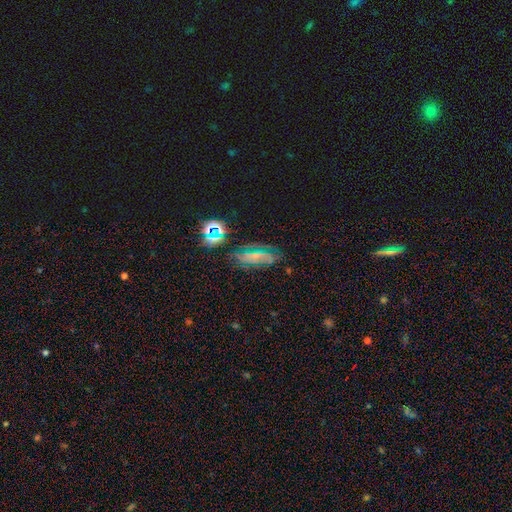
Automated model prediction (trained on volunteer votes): Smooth or featured? Predicted: featured or disk (p=0.53). Edge-on disk? Predicted: no (p=0.90). Merging? Predicted: none (p=0.67).